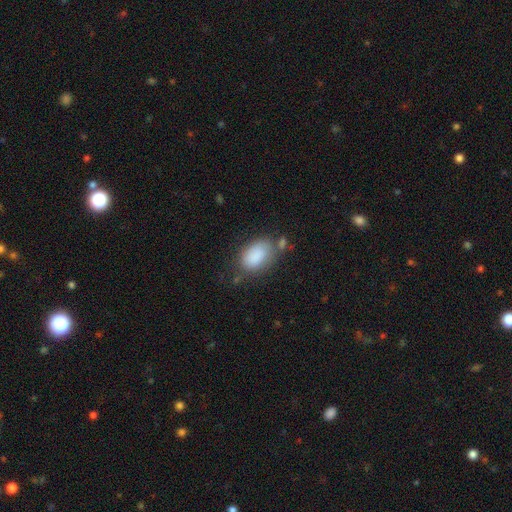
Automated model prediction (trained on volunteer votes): Smooth or featured? Predicted: smooth (p=0.87). How rounded? Predicted: in between (p=0.90). Merging? Predicted: none (p=0.58).